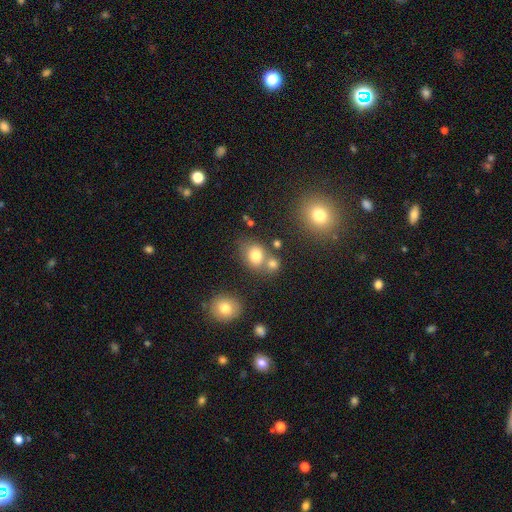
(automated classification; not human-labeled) Smooth or featured?
  - smooth: 76% *
  - star or artifact: 13%
  - featured or disk: 11%
How rounded?
  - round: 52% *
  - in between: 47%
  - cigar-shaped: 1%
Merging?
  - none: 52% *
  - merger: 29%
  - minor disturbance: 13%
  - major disturbance: 6%